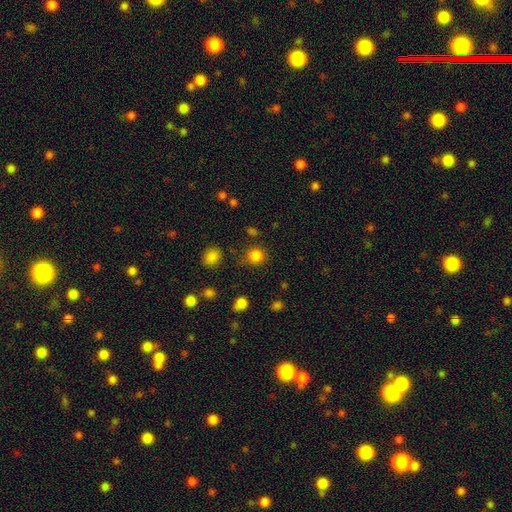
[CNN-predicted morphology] A smooth galaxy with no disk features (82%) that is round (90%). Merging: none (80%).